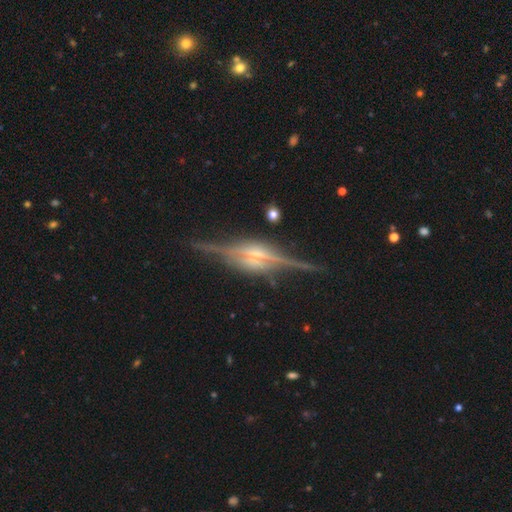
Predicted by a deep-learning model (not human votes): Q: Smooth or featured?
A: featured or disk (89%); runner-up: star or artifact (6%)
Q: Edge-on disk?
A: yes (97%); runner-up: no (3%)
Q: Edge-on bulge?
A: rounded (66%); runner-up: boxy (28%)
Q: Merging?
A: none (83%); runner-up: minor disturbance (12%)